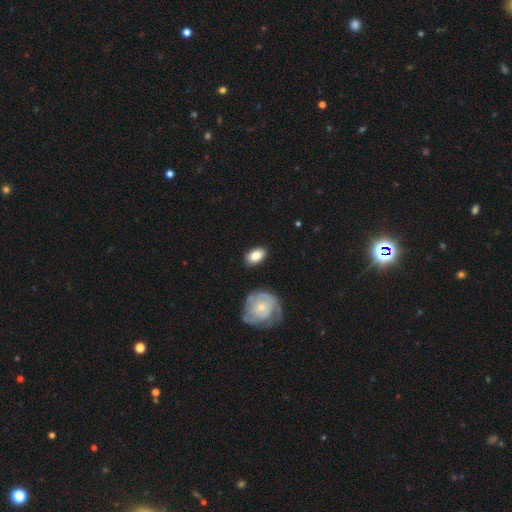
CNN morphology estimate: smooth-or-featured: smooth: 80% | featured or disk: 14% | star or artifact: 6%
  how-rounded: in between: 87% | round: 12% | cigar-shaped: 2%
  merging: none: 83% | minor disturbance: 12% | major disturbance: 3% | merger: 2%